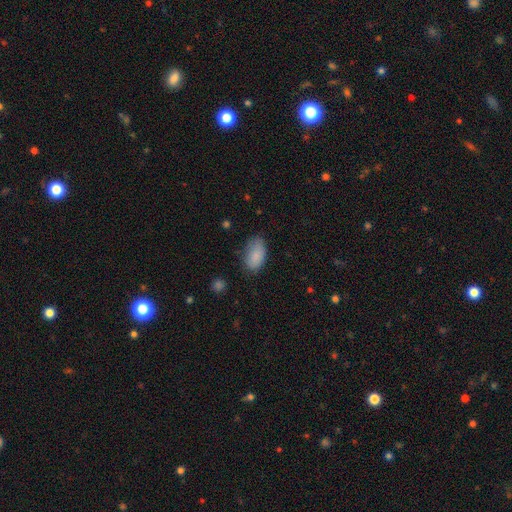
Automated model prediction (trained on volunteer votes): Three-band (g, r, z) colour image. It shows a smooth galaxy with no disk features (87%) that is in between round and cigar-shaped (93%). Merging: none (68%).